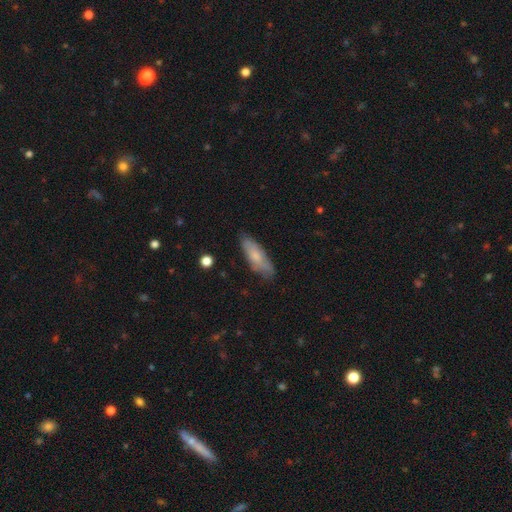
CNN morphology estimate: Smooth or featured: smooth — 67% (featured or disk — 27%)
How rounded: in between — 56% (cigar-shaped — 42%)
Merging: none — 76% (minor disturbance — 19%)